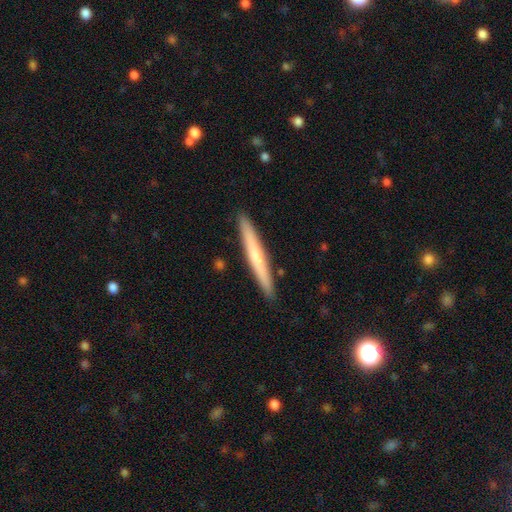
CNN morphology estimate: Smooth or featured? Predicted: smooth (p=0.55). How rounded? Predicted: cigar-shaped (p=0.96). Merging? Predicted: none (p=0.91).